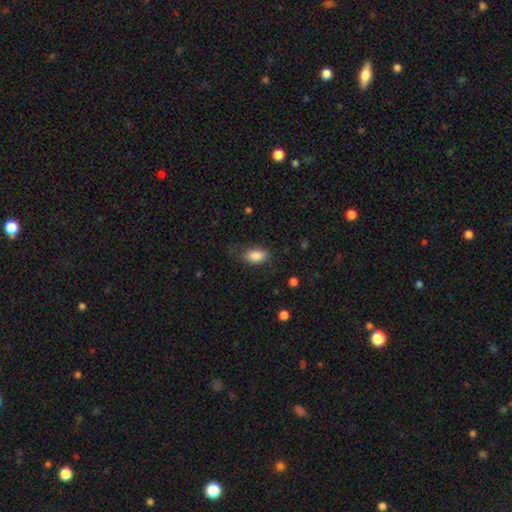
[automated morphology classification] Smooth or featured? smooth (86%)
How rounded? in between (91%)
Merging? none (68%)